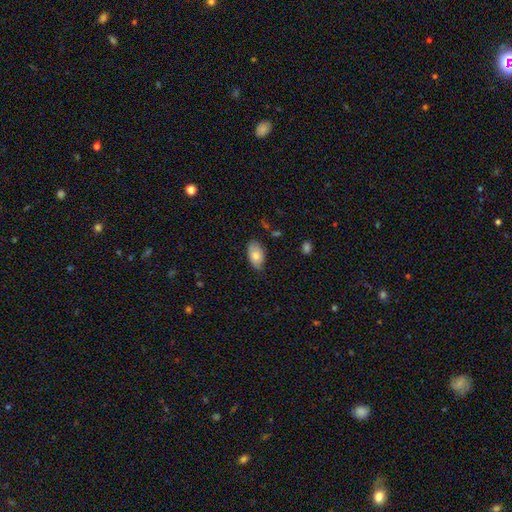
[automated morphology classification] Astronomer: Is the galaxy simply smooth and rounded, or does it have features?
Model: smooth — 75%.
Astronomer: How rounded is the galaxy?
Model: in between — 93%.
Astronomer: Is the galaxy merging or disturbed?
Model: none — 77%.